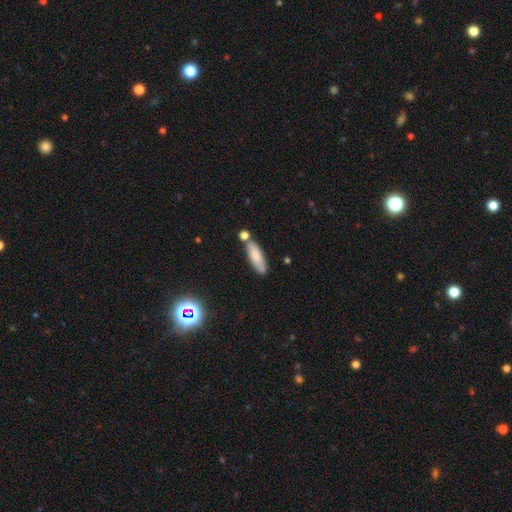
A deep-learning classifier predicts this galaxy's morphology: smooth 78%, featured or disk 15%, star or artifact 7%. Down the decision tree: how rounded — in between (51%); merging — none (65%).